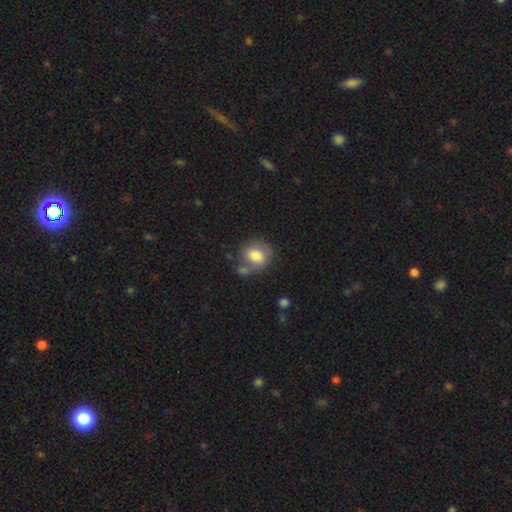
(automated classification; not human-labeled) Smooth or featured? smooth (78%)
How rounded? round (59%)
Merging? none (50%)